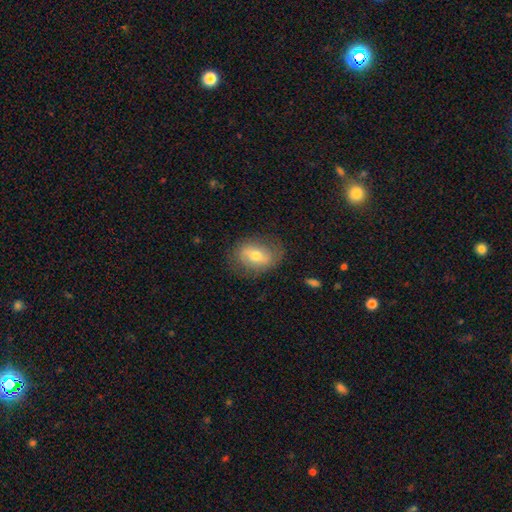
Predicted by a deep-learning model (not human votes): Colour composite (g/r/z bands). It shows a smooth galaxy with no disk features (50%). Merging: none (72%).